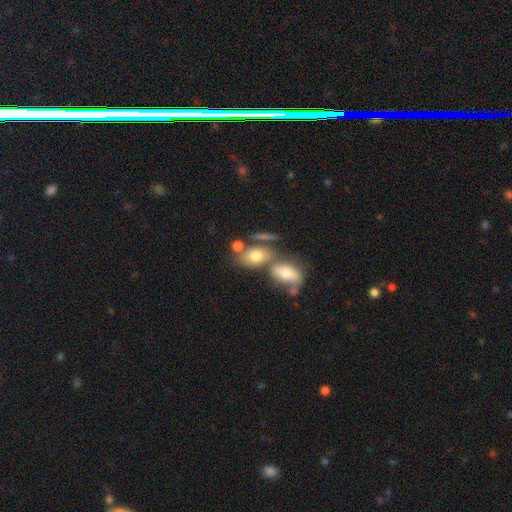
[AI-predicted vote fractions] This is likely a smooth galaxy (72%). How rounded: likely in between (79%). Merging: marginally none (43%).